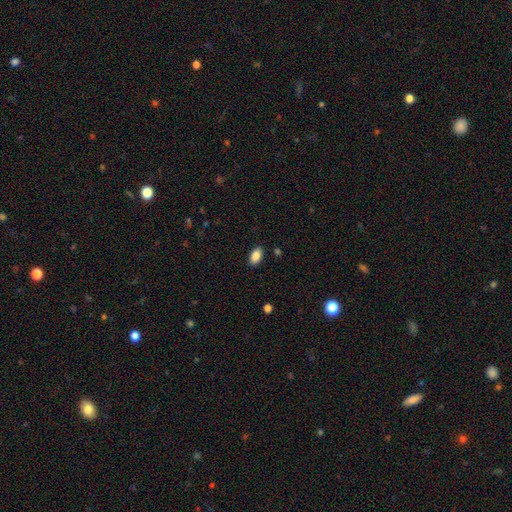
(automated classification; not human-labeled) This appears to be a smooth galaxy with no disk features (87%) that is in between round and cigar-shaped (93%). Merging: none (88%).